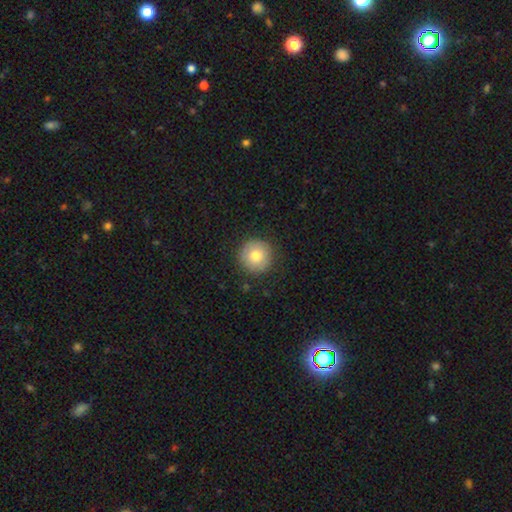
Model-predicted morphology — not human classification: Smooth or featured: smooth — 79% (featured or disk — 12%)
How rounded: round — 95% (in between — 4%)
Merging: none — 88% (minor disturbance — 8%)